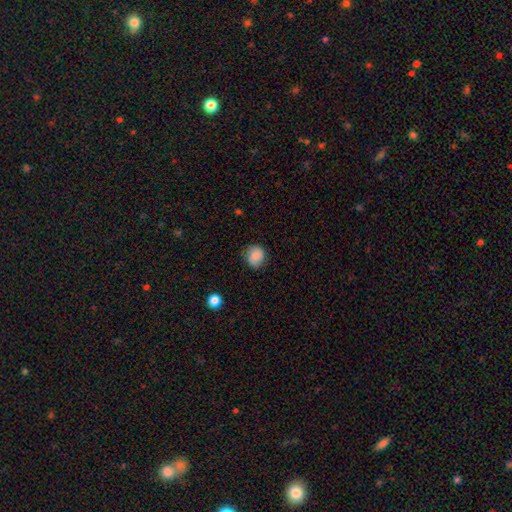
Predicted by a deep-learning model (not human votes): This is clearly a smooth galaxy (81%). How rounded: likely round (78%). Merging: likely none (75%).